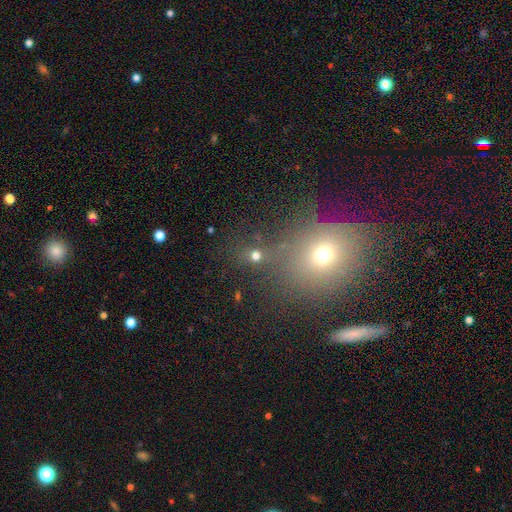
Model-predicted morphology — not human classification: Smooth or featured? smooth (65%)
How rounded? round (82%)
Merging? none (65%)